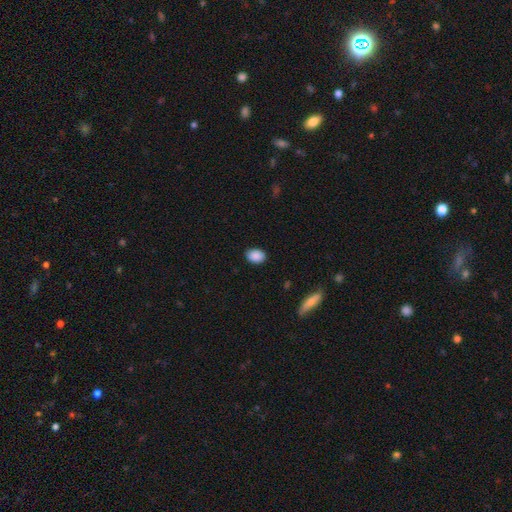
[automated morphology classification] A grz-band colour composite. It shows a smooth galaxy with no disk features (89%) that is in between round and cigar-shaped (76%). Merging: none (88%).